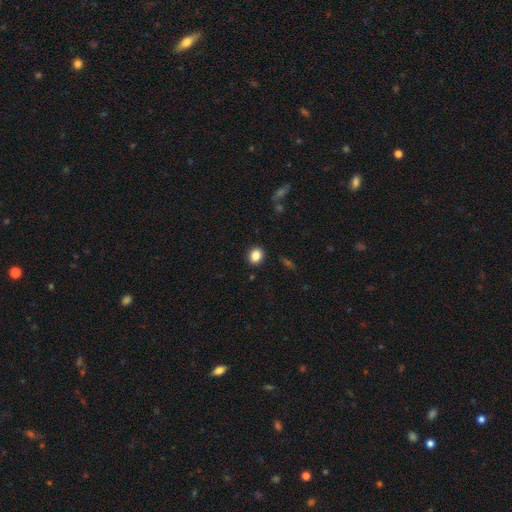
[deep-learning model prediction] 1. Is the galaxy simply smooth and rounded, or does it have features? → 84% smooth, 10% star or artifact, 6% featured or disk.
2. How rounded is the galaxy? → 68% round, 31% in between, 1% cigar-shaped.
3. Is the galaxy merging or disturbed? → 90% none, 7% minor disturbance, 2% major disturbance, 1% merger.